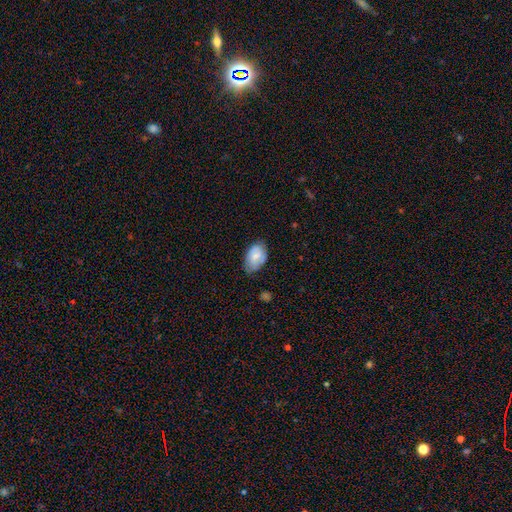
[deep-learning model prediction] Smooth or featured: smooth — 75% (featured or disk — 19%)
How rounded: in between — 89% (round — 10%)
Merging: none — 60% (minor disturbance — 33%)